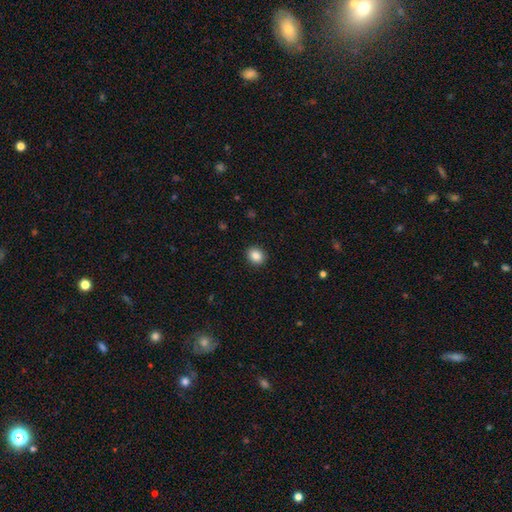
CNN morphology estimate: type=smooth (86%); roundness=round (68%); merging=none (91%).